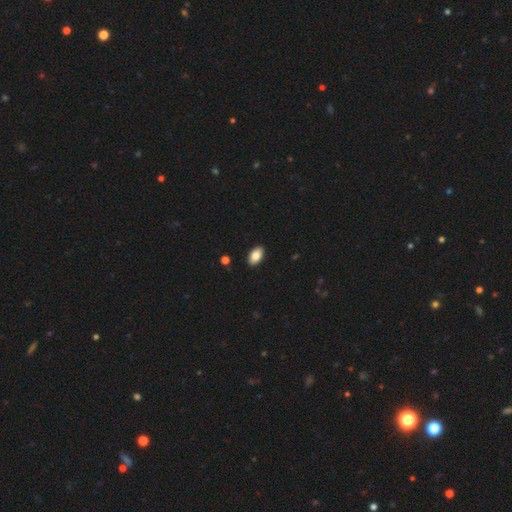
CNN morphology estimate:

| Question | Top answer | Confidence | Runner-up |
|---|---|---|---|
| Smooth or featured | smooth | 84% | featured or disk (9%) |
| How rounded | in between | 93% | round (5%) |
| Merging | none | 91% | minor disturbance (7%) |